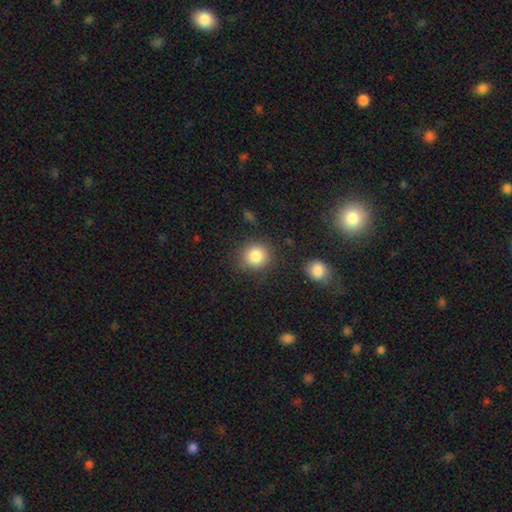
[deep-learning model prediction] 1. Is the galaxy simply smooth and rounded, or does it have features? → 85% smooth, 9% star or artifact, 6% featured or disk.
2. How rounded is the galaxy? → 88% round, 11% in between, 1% cigar-shaped.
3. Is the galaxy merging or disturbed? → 84% none, 9% minor disturbance, 3% major disturbance, 3% merger.